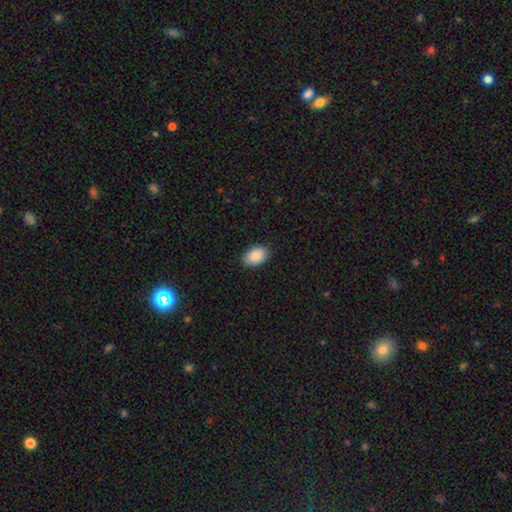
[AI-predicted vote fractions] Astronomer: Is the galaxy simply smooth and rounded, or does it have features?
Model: smooth — 88%.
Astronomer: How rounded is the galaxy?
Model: in between — 89%.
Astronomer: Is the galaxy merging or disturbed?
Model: none — 88%.